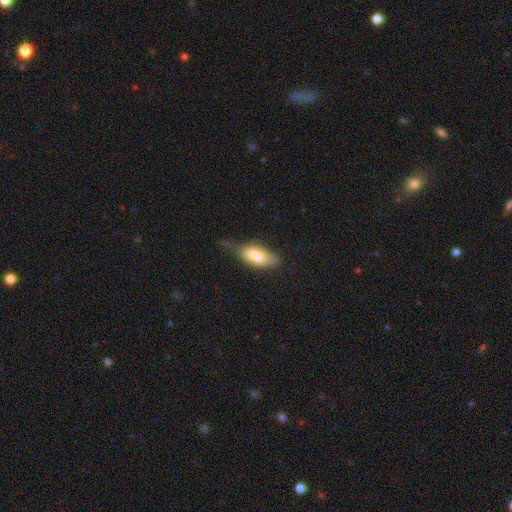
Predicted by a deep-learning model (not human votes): smooth_or_featured: smooth (p=0.68) [alt: featured or disk p=0.24]
how_rounded: in between (p=0.84) [alt: cigar-shaped p=0.13]
merging: minor disturbance (p=0.31) [alt: none p=0.29]